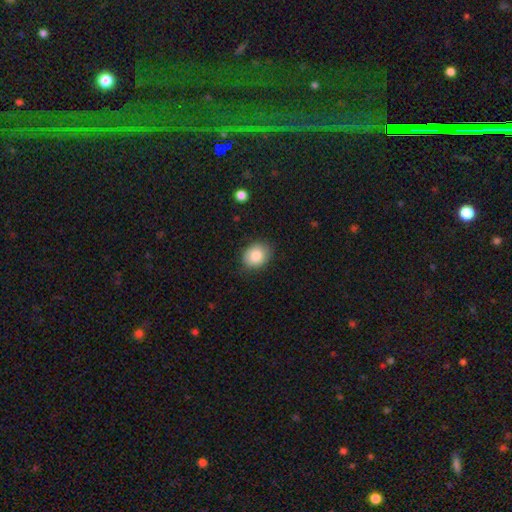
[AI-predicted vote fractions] Smooth or featured: smooth — 83% (featured or disk — 9%)
How rounded: in between — 51% (round — 48%)
Merging: none — 80% (minor disturbance — 16%)